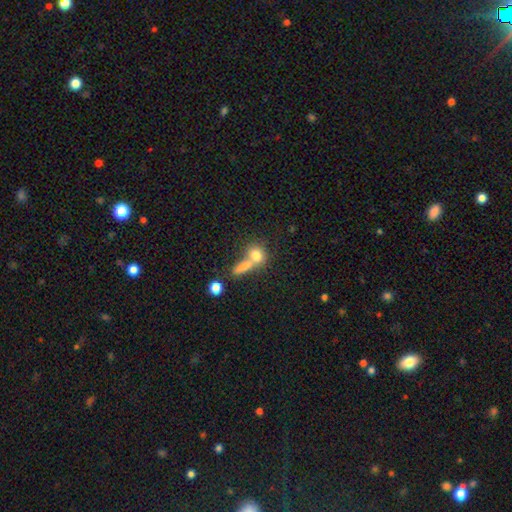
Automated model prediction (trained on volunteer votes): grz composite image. It shows a smooth galaxy with no disk features (77%) that is round (59%). Merging: merger (48%).